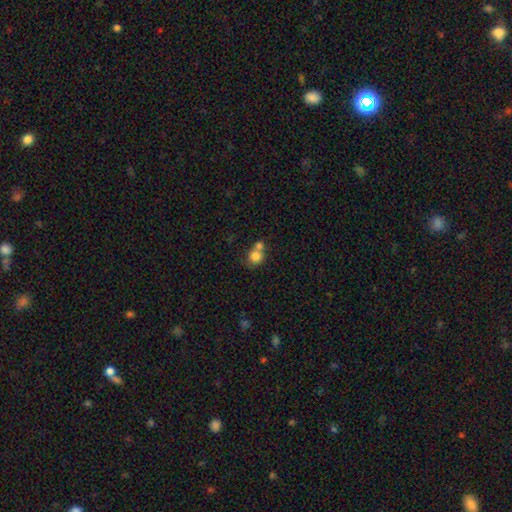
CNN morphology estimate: The model was most divided on "merging": merger: 51%, none: 37%, minor disturbance: 8%, major disturbance: 4%. More confident: how rounded — round (81%); smooth or featured — smooth (80%).